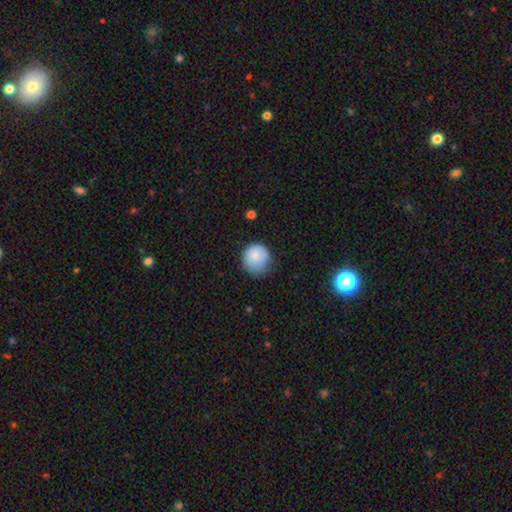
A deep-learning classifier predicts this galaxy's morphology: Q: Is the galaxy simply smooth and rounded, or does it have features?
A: smooth — 83%.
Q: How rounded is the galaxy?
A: round — 87%.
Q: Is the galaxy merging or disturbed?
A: none — 65%.